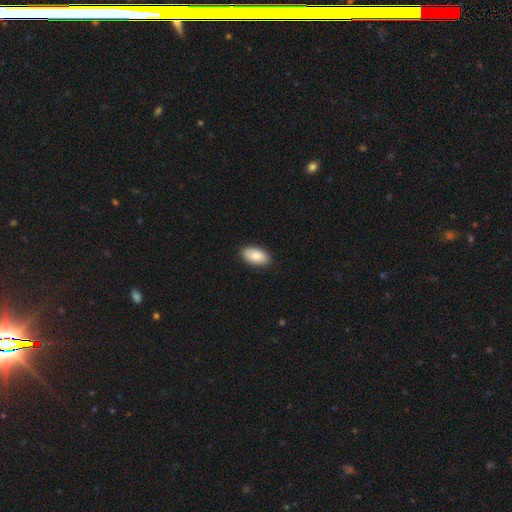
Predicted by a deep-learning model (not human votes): Smooth or featured? Predicted: smooth (p=0.86). How rounded? Predicted: in between (p=0.95). Merging? Predicted: none (p=0.89).